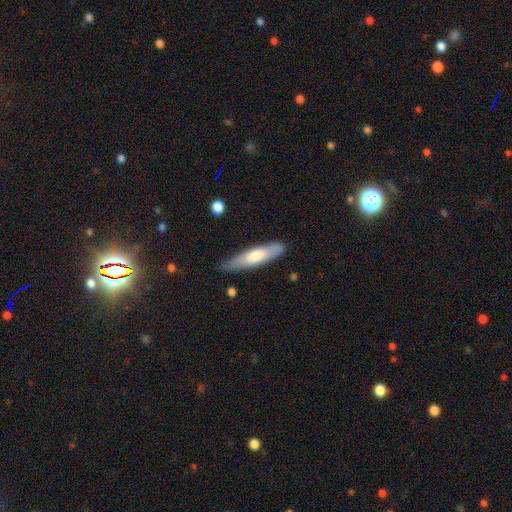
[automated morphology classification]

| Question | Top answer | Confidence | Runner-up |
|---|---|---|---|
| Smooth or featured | smooth | 58% | featured or disk (37%) |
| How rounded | cigar-shaped | 78% | in between (20%) |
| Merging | none | 80% | minor disturbance (16%) |